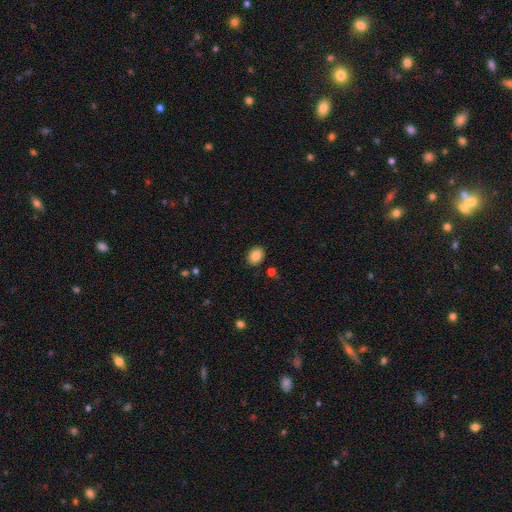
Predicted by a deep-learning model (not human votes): Morphology: type=smooth (87%); roundness=in between (56%); merging=none (87%).